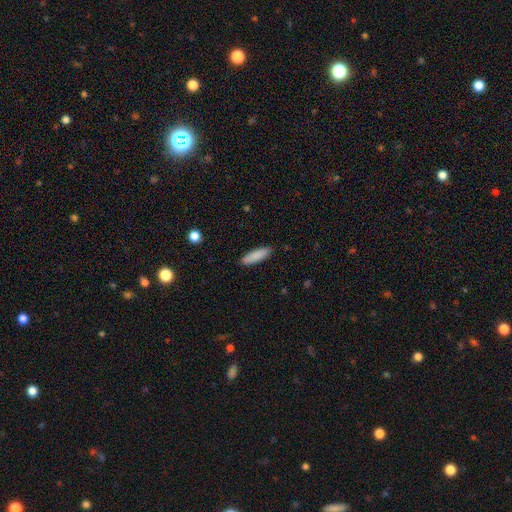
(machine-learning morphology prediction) This is clearly a smooth galaxy (87%). How rounded: likely cigar-shaped (63%). Merging: clearly none (89%).